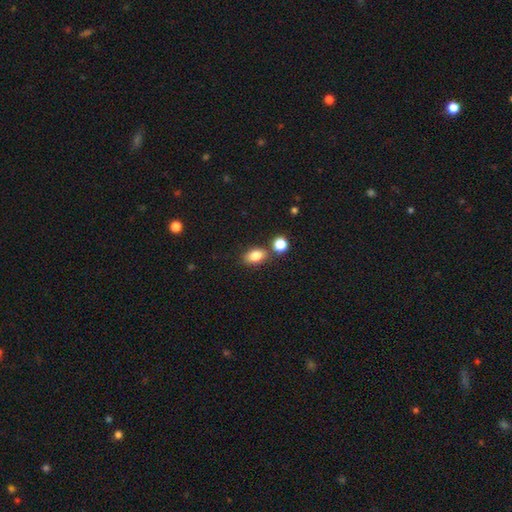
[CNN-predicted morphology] This is clearly a smooth galaxy (83%). How rounded: clearly in between (83%). Merging: likely none (73%).